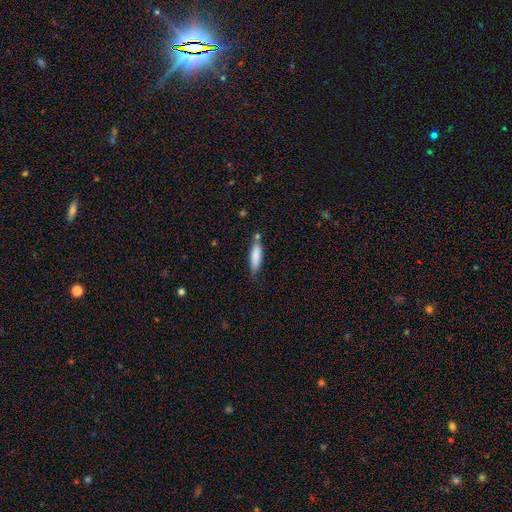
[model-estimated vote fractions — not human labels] Q: Smooth or featured?
A: smooth (82%); runner-up: featured or disk (12%)
Q: How rounded?
A: cigar-shaped (63%); runner-up: in between (36%)
Q: Merging?
A: none (65%); runner-up: minor disturbance (20%)